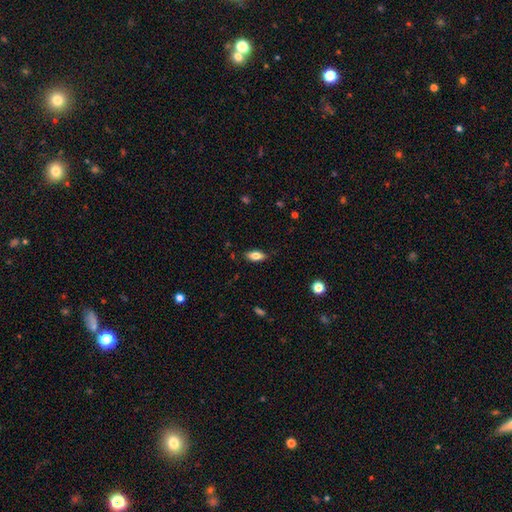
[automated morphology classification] Smooth or featured? Predicted: smooth (p=0.79). How rounded? Predicted: in between (p=0.83). Merging? Predicted: none (p=0.84).